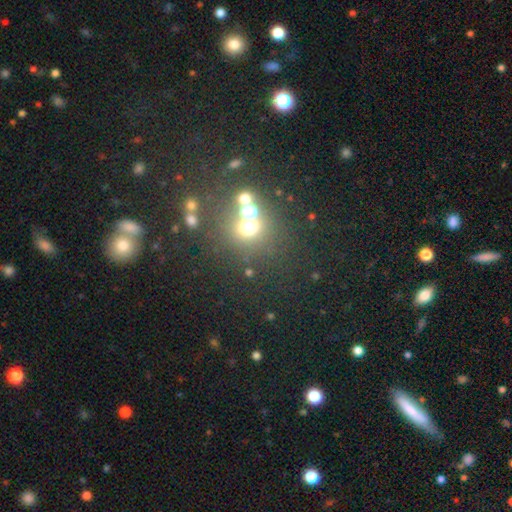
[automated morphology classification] Smooth or featured?
  - star or artifact: 50% *
  - smooth: 38%
  - featured or disk: 13%